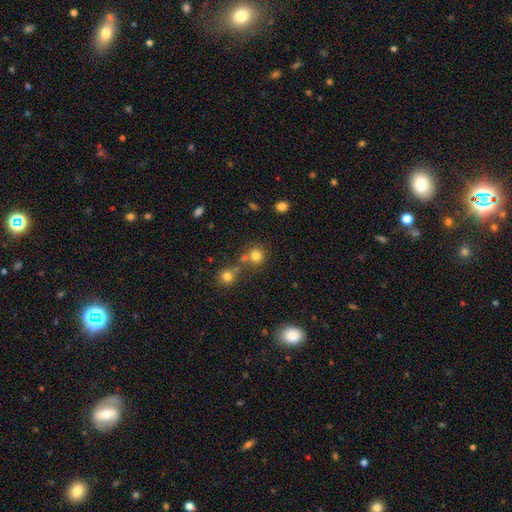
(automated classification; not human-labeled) The model was most divided on "merging": none: 63%, merger: 24%, minor disturbance: 9%, major disturbance: 4%. More confident: how rounded — round (89%); smooth or featured — smooth (79%).